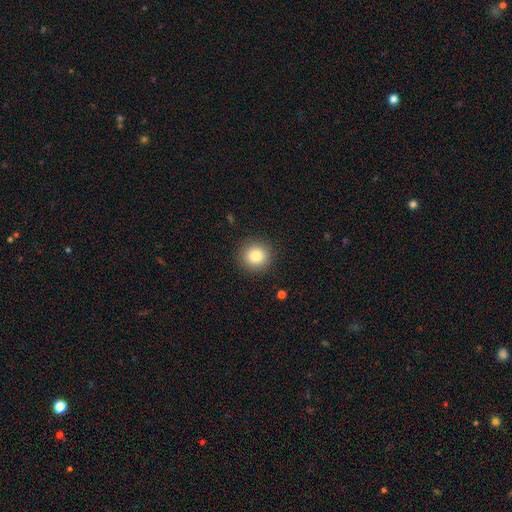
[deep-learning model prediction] Smooth or featured: smooth — 83% (star or artifact — 10%)
How rounded: round — 92% (in between — 7%)
Merging: none — 90% (minor disturbance — 6%)